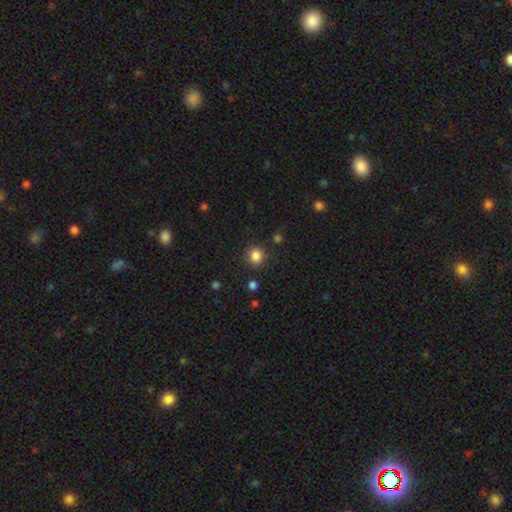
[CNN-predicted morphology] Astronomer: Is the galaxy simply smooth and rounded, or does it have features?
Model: smooth — 84%.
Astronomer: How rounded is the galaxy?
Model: round — 87%.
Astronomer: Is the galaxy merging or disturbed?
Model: none — 85%.